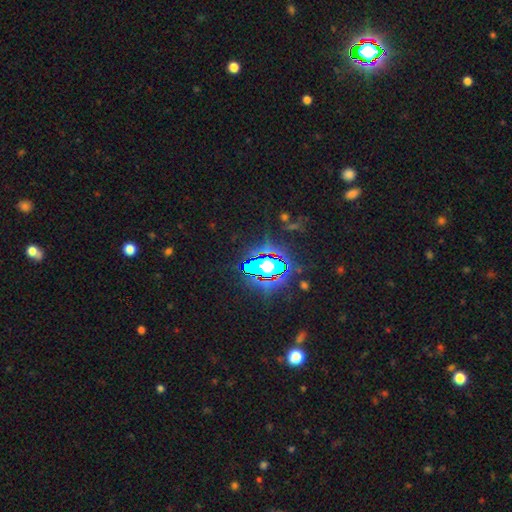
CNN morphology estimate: This is likely a star or artifact rather than a galaxy (79%).